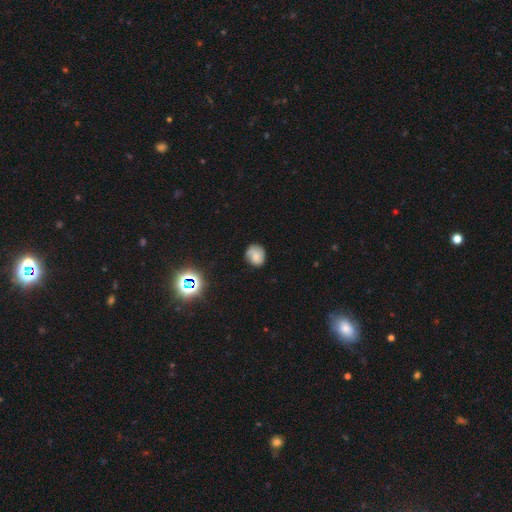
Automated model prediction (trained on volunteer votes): A smooth galaxy with no disk features (58%) that is round (71%).

Vote fractions:
- Smooth or featured? smooth: 58% / featured or disk: 30% / star or artifact: 12%
- How rounded? round: 71% / in between: 28% / cigar-shaped: 1%
- Merging? none: 71% / minor disturbance: 21% / major disturbance: 6% / merger: 2%